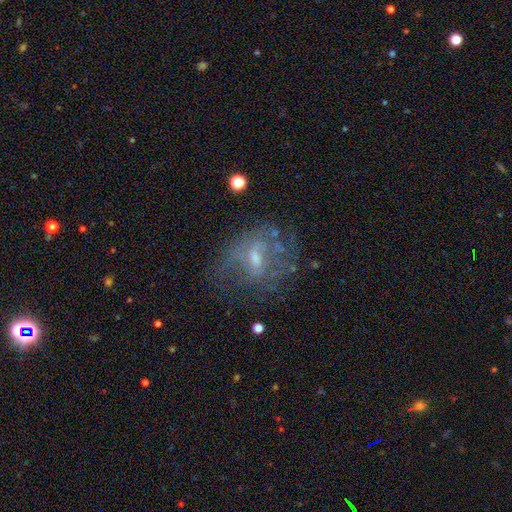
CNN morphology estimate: type=featured or disk (58%); edge-on=no (94%); bar=weak (45%); spiral arms=yes (51%); bulge=small (54%); merging=none (57%).